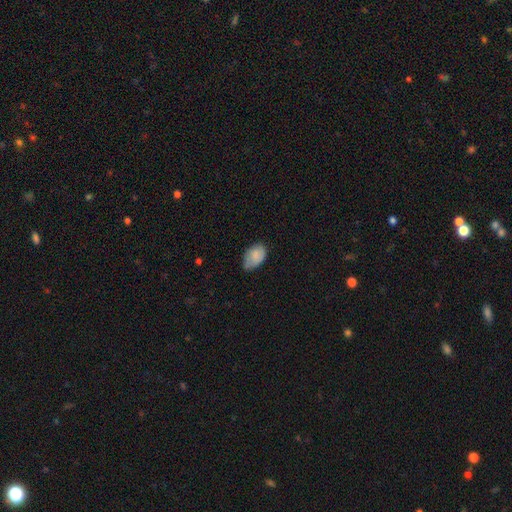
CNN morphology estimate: Q: Smooth or featured?
A: smooth (82%); runner-up: featured or disk (11%)
Q: How rounded?
A: in between (89%); runner-up: round (9%)
Q: Merging?
A: none (50%); runner-up: minor disturbance (41%)